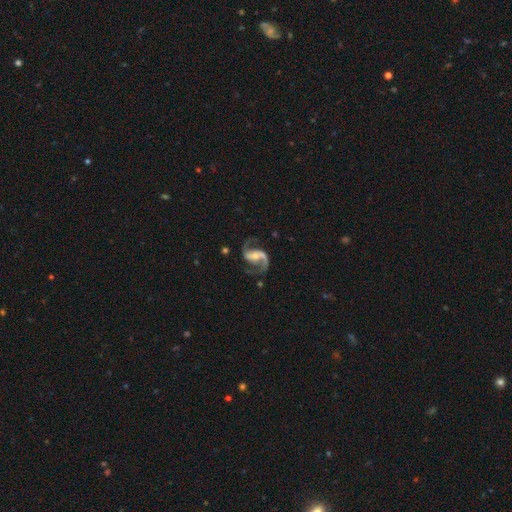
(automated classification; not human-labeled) Morphology: type=featured or disk (92%); edge-on=no (98%); bar=weak (38%); spiral arms=yes (98%); winding=loose (46%, tied with medium); arm count=2 (93%); bulge=small (47%); merging=none (74%).